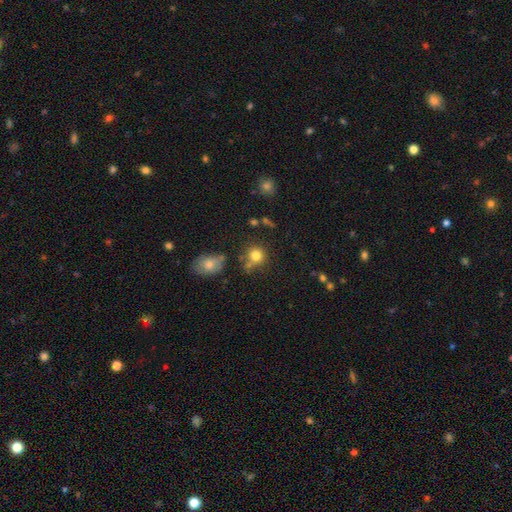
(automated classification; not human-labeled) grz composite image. It shows a smooth galaxy with no disk features (80%) that is round (86%). Merging: none (68%).